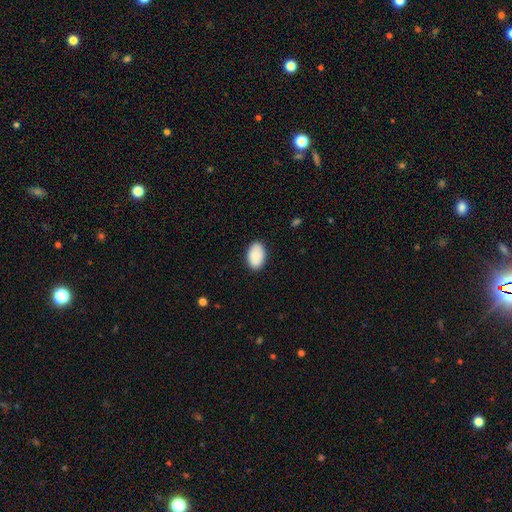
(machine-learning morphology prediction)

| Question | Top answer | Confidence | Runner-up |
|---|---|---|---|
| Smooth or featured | smooth | 90% | star or artifact (6%) |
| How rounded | in between | 92% | round (6%) |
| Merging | none | 88% | minor disturbance (9%) |